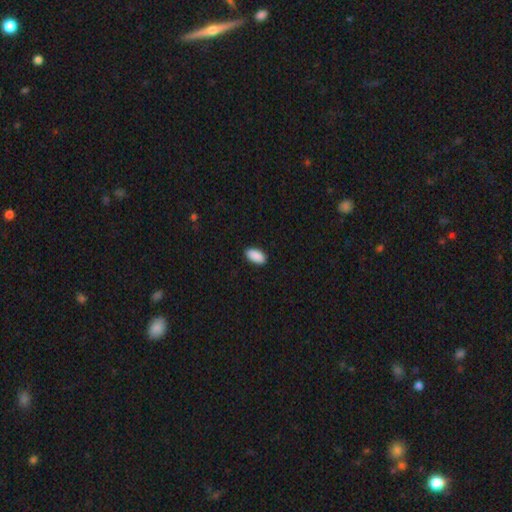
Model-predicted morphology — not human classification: A smooth galaxy with no disk features (91%) that is in between round and cigar-shaped (93%).

Vote fractions:
- Smooth or featured? smooth: 91% / star or artifact: 6% / featured or disk: 3%
- How rounded? in between: 93% / cigar-shaped: 4% / round: 2%
- Merging? none: 90% / minor disturbance: 8% / major disturbance: 2% / merger: 1%